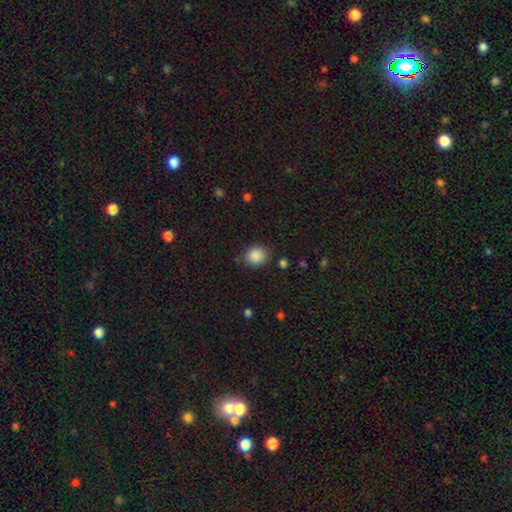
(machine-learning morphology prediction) This appears to be a smooth galaxy with no disk features (87%) that is round (71%). Merging: none (82%).